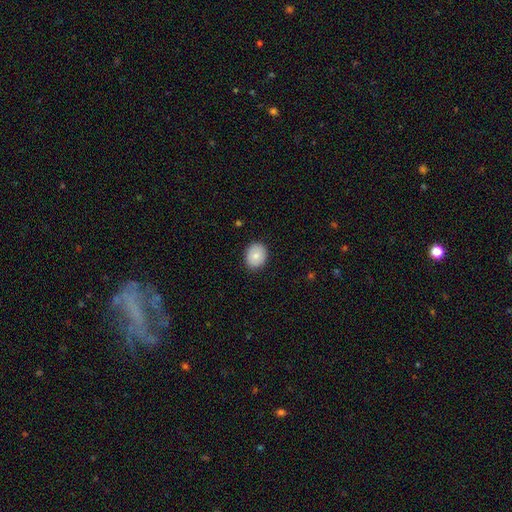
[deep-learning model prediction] Smooth or featured?
  - smooth: 82% *
  - featured or disk: 11%
  - star or artifact: 7%
How rounded?
  - round: 63% *
  - in between: 36%
  - cigar-shaped: 1%
Merging?
  - none: 89% *
  - minor disturbance: 9%
  - major disturbance: 2%
  - merger: 1%